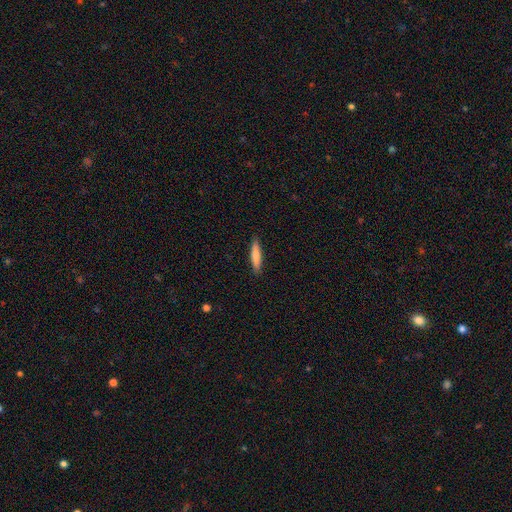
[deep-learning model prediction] A smooth galaxy with no disk features (79%) that is cigar-shaped (86%). Merging: none (90%).